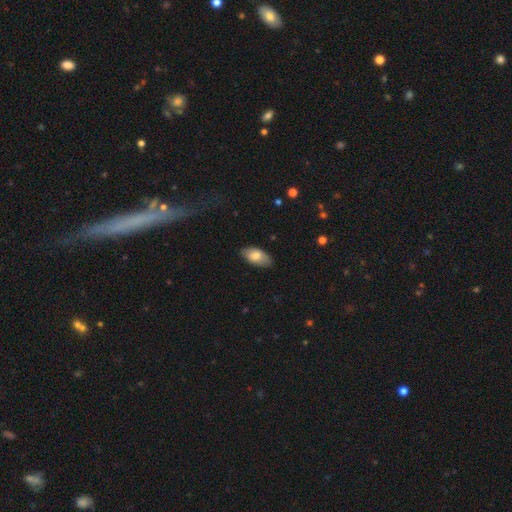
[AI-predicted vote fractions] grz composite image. It shows a smooth galaxy with no disk features (78%) that is in between round and cigar-shaped (94%). Merging: none (82%).